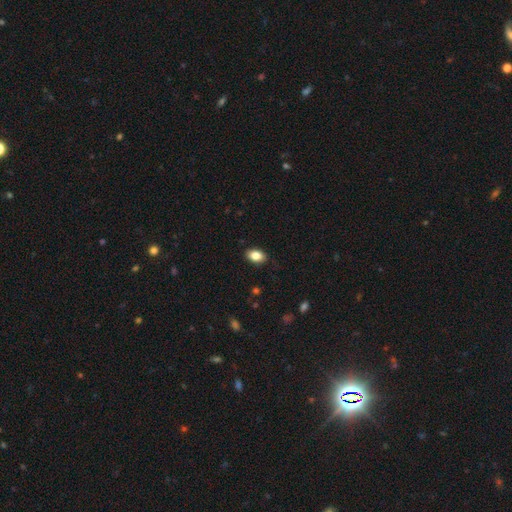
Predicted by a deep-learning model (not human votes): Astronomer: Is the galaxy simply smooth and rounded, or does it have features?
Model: smooth — 85%.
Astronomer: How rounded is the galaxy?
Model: in between — 85%.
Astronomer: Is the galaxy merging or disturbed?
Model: none — 87%.